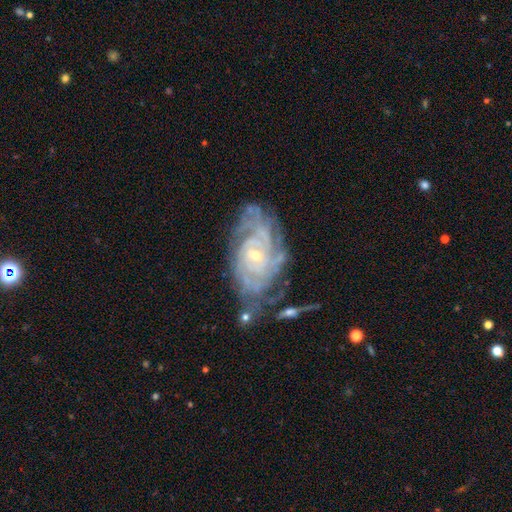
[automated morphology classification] featured or disk 89%, star or artifact 6%, smooth 5%. Down the decision tree: edge-on disk — no (96%); bar — no (61%); spiral arms — yes (97%); spiral arm count — can't tell (31%); spiral winding — tight (75%); bulge size — small (70%); merging — none (55%).